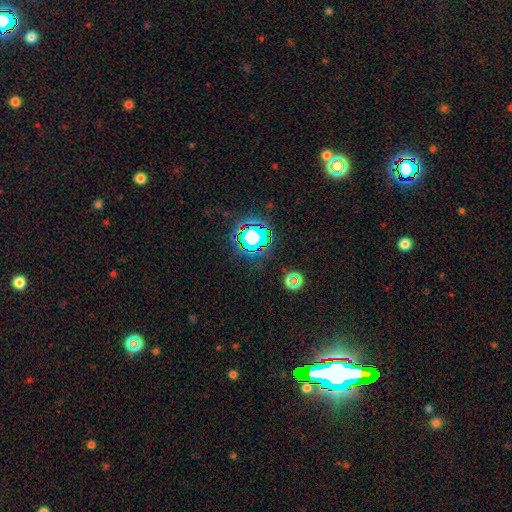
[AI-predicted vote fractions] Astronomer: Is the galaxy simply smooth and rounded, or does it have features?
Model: star or artifact — 80%.